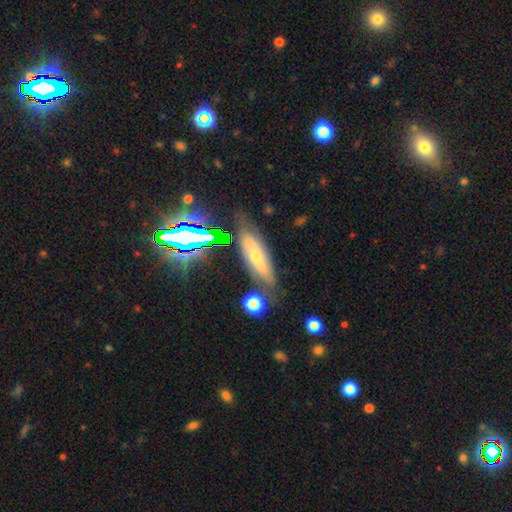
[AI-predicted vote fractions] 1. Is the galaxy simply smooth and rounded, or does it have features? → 48% featured or disk, 36% smooth, 16% star or artifact.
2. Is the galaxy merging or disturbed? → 67% none, 20% minor disturbance, 7% major disturbance, 6% merger.